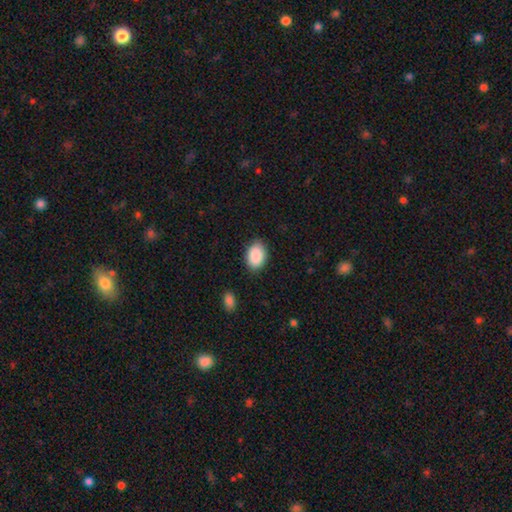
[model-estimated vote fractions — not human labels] A smooth galaxy with no disk features (90%) that is in between round and cigar-shaped (87%).

Vote fractions:
- Smooth or featured? smooth: 90% / star or artifact: 6% / featured or disk: 4%
- How rounded? in between: 87% / round: 11% / cigar-shaped: 1%
- Merging? none: 85% / minor disturbance: 11% / major disturbance: 3% / merger: 1%